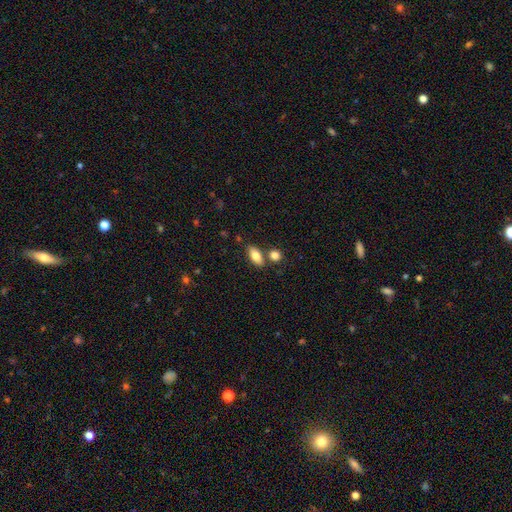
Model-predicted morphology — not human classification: type=smooth (80%); roundness=in between (84%); merging=none (71%).